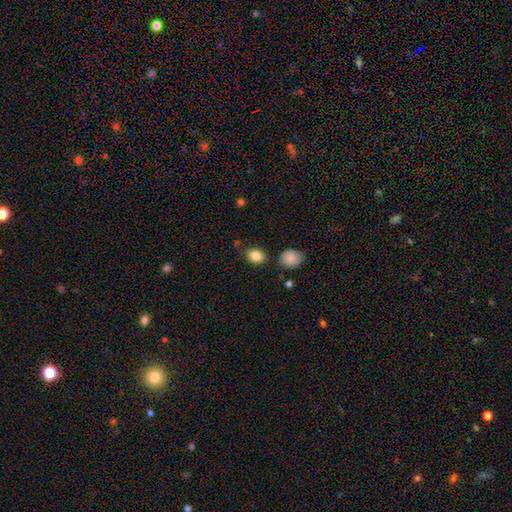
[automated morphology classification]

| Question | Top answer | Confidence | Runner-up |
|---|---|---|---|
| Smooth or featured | smooth | 85% | star or artifact (9%) |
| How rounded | in between | 63% | round (36%) |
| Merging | none | 77% | minor disturbance (14%) |